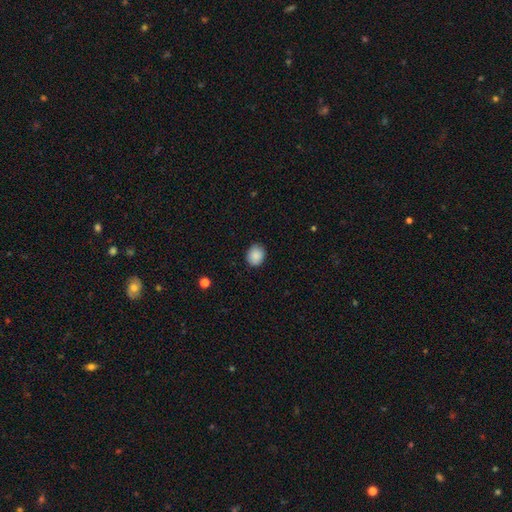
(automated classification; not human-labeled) Smooth or featured? smooth (88%)
How rounded? round (58%)
Merging? none (86%)